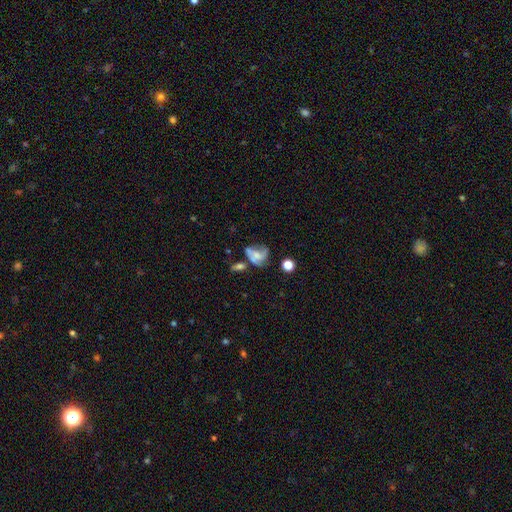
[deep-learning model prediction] smooth-or-featured: featured or disk: 55% | smooth: 34% | star or artifact: 11%
  disk-edge-on: no: 97% | yes: 3%
    bar: no: 69% | weak: 25% | strong: 6%
    has-spiral-arms: yes: 71% | no: 29%
    bulge-size: small: 41% | moderate: 31% | none: 21% | large: 5% | dominant: 2%
  merging: none: 32% | major disturbance: 24% | merger: 24% | minor disturbance: 19%